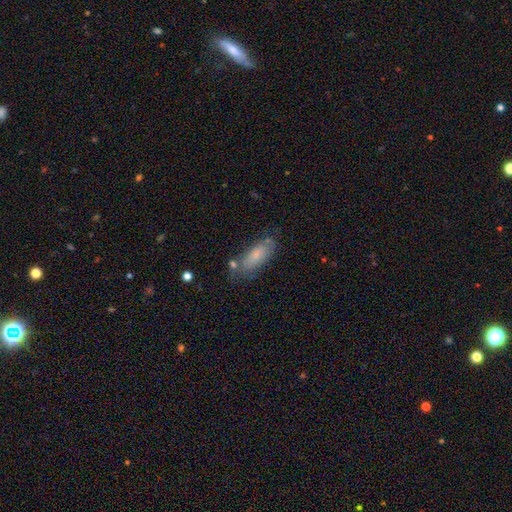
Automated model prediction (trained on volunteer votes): Smooth or featured? smooth (73%)
How rounded? in between (72%)
Merging? none (63%)